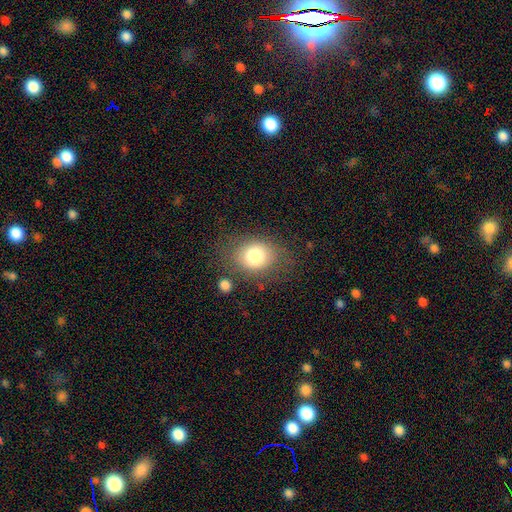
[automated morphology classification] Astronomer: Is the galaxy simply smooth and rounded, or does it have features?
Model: smooth — 77%.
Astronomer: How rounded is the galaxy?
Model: in between — 54% (runner-up: round, 45%).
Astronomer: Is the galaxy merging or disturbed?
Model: none — 75%.